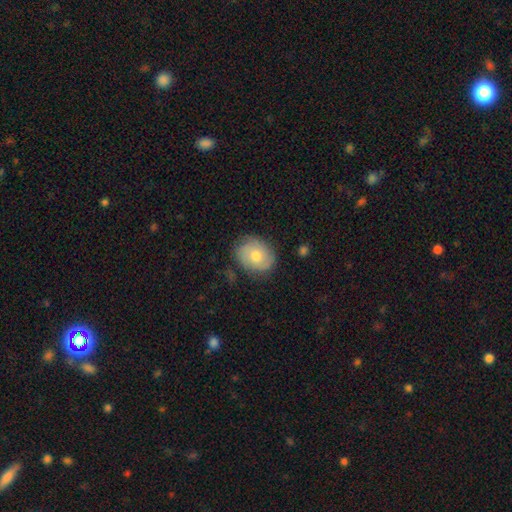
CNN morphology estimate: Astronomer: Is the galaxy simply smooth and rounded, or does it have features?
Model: smooth — 55% (runner-up: featured or disk, 37%).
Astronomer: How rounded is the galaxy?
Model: round — 54% (runner-up: in between, 45%).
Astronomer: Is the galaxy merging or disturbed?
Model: none — 78%.